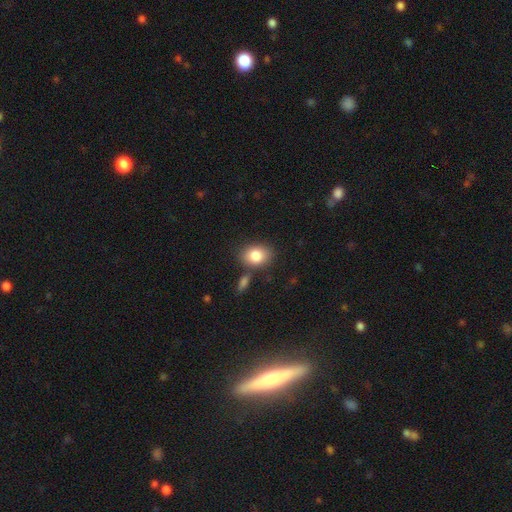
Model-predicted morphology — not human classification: Smooth or featured? smooth (82%)
How rounded? in between (66%)
Merging? none (73%)